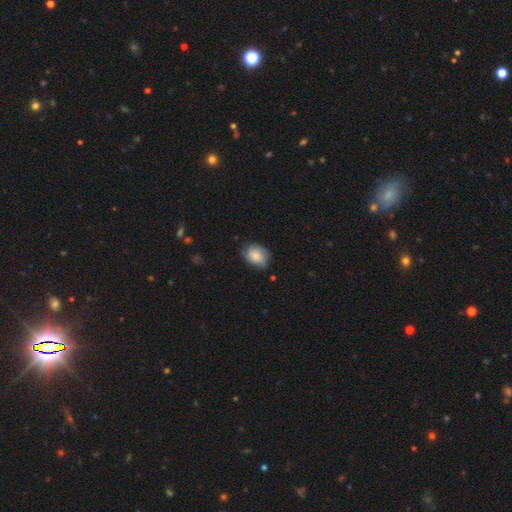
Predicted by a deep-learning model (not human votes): This is likely a smooth galaxy (73%). How rounded: likely in between (69%). Merging: likely none (61%).